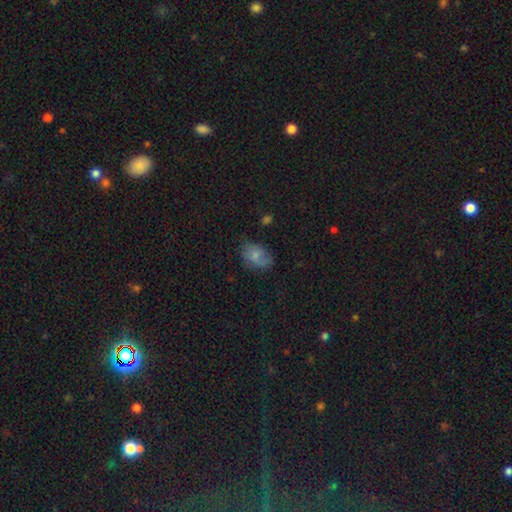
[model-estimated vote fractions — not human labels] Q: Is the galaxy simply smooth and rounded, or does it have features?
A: smooth — 73%.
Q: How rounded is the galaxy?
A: in between — 82%.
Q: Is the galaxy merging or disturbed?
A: none — 58%.